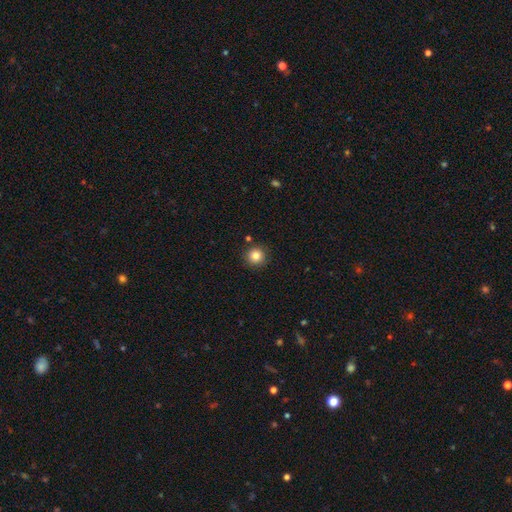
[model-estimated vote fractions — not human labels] The model was most divided on "smooth or featured": smooth: 83%, star or artifact: 11%, featured or disk: 6%. More confident: how rounded — round (94%); merging — none (88%).